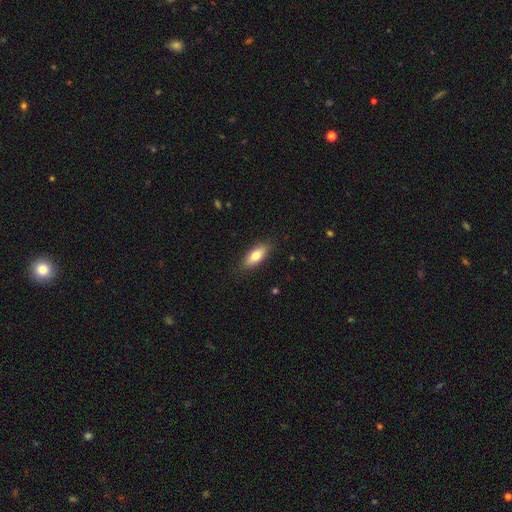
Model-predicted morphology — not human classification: Smooth or featured: smooth — 78% (featured or disk — 15%)
How rounded: in between — 78% (cigar-shaped — 19%)
Merging: none — 86% (minor disturbance — 11%)